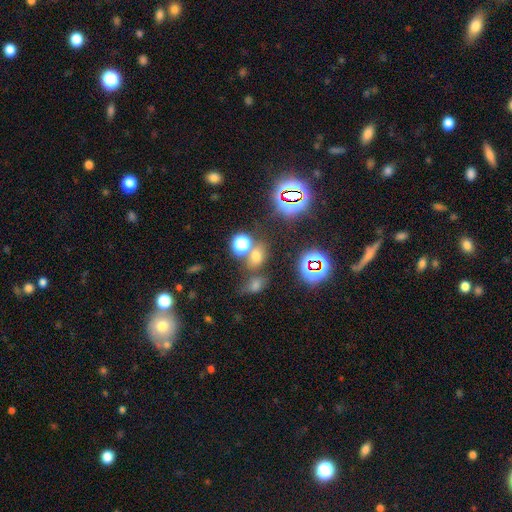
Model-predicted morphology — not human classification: smooth 53%, star or artifact 38%, featured or disk 9%. Down the decision tree: how rounded — in between (55%); merging — none (62%).